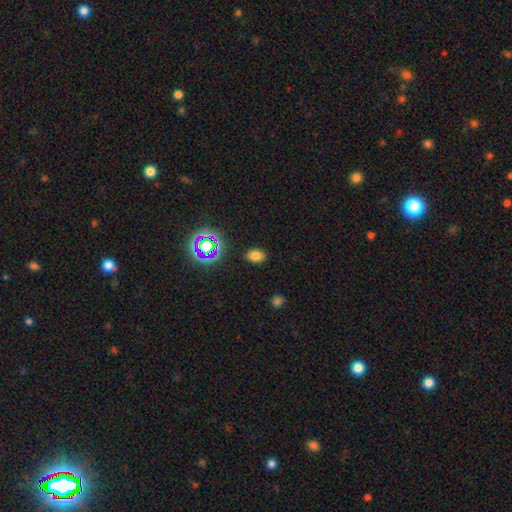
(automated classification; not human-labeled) Smooth or featured? smooth (74%)
How rounded? in between (72%)
Merging? none (87%)